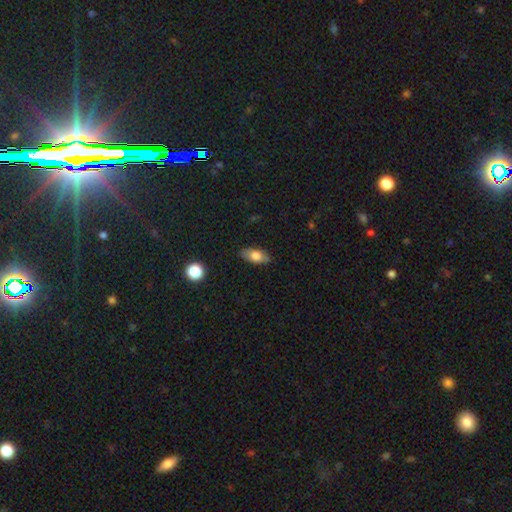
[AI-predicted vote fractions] Overall: smooth (72%). How rounded: in between (87%). Merging: none (82%).